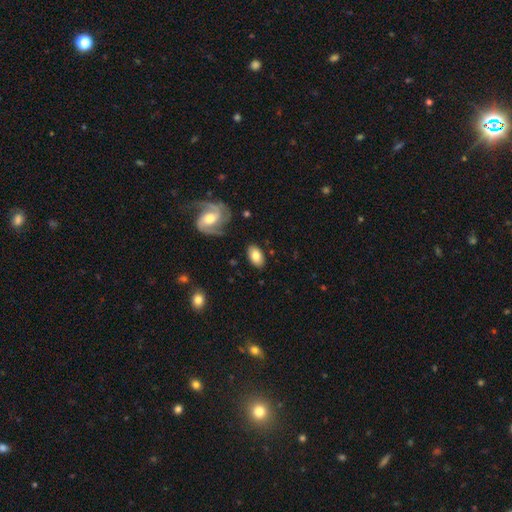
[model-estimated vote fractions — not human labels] Overall: smooth (75%). How rounded: in between (91%). Merging: none (84%).